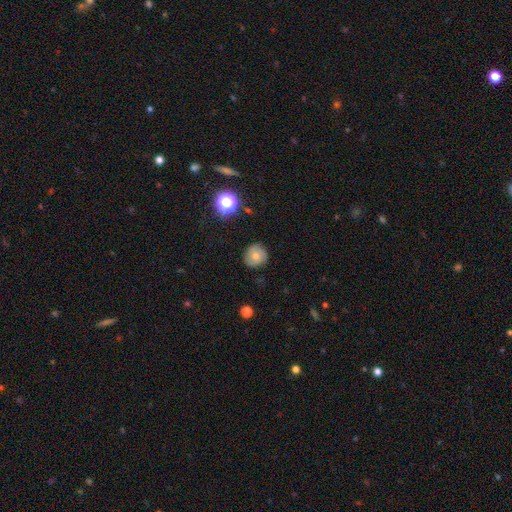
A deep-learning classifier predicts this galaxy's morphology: Overall: smooth (66%). How rounded: round (89%). Merging: none (83%).